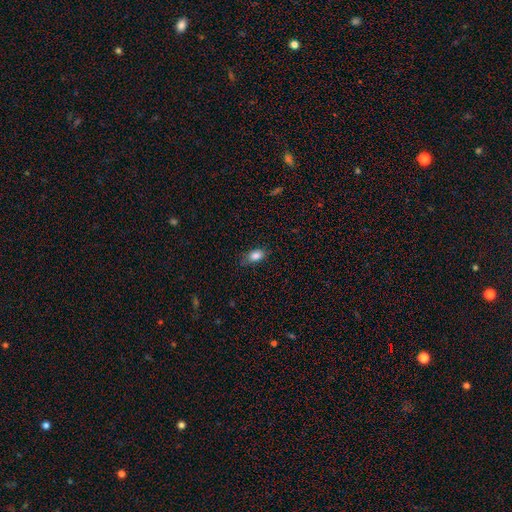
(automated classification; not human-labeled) Smooth or featured? Predicted: smooth (p=0.85). How rounded? Predicted: in between (p=0.85). Merging? Predicted: none (p=0.73).